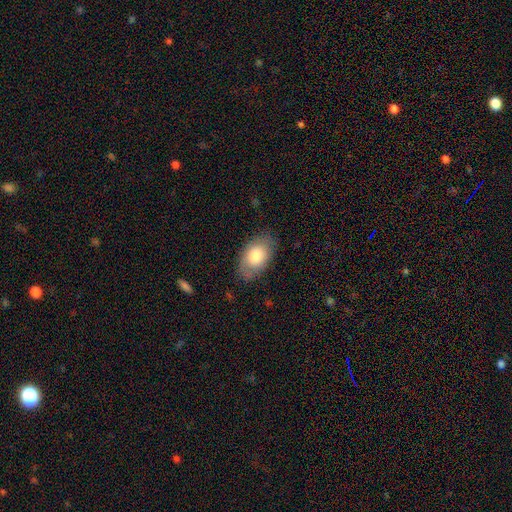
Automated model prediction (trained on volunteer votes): Smooth or featured: smooth — 76% (featured or disk — 17%)
How rounded: in between — 91% (round — 7%)
Merging: none — 76% (minor disturbance — 18%)